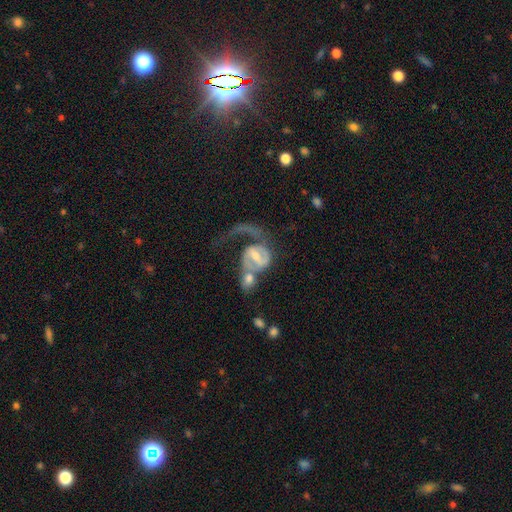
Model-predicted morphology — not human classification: Smooth or featured? featured or disk (78%)
Edge-on disk? no (97%)
Bar? weak (49%)
Spiral arms? yes (87%)
Spiral winding? loose (46%)
Spiral arm count? 2 (44%, tied with 1)
Bulge size? moderate (47%)
Merging? merger (45%)